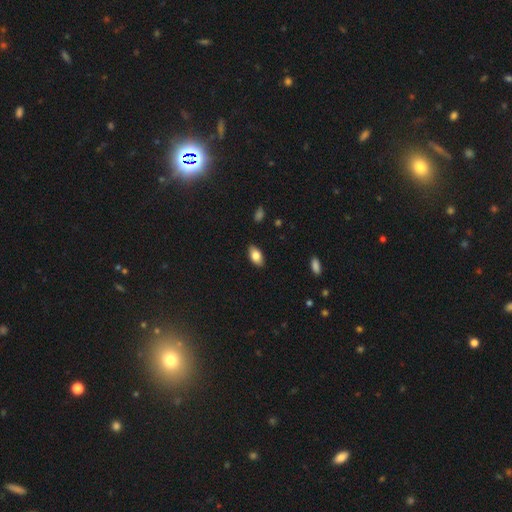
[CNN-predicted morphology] A smooth galaxy with no disk features (83%) that is in between round and cigar-shaped (92%).

Vote fractions:
- Smooth or featured? smooth: 83% / featured or disk: 10% / star or artifact: 7%
- How rounded? in between: 92% / round: 4% / cigar-shaped: 4%
- Merging? none: 87% / minor disturbance: 10% / major disturbance: 2% / merger: 1%